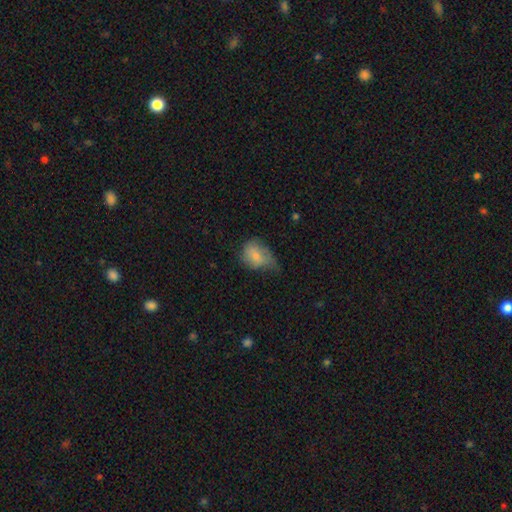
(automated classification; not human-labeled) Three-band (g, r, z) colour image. It shows a smooth galaxy with no disk features (72%) that is in between round and cigar-shaped (60%). Merging: minor disturbance (43%).